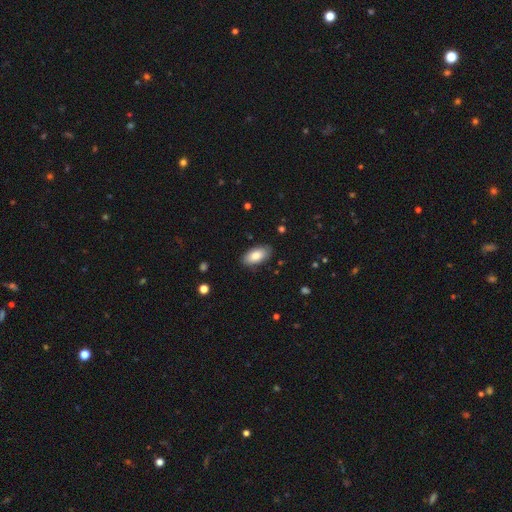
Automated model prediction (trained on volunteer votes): Smooth or featured?
  - smooth: 82% *
  - featured or disk: 12%
  - star or artifact: 6%
How rounded?
  - in between: 93% *
  - cigar-shaped: 4%
  - round: 2%
Merging?
  - none: 86% *
  - minor disturbance: 11%
  - major disturbance: 2%
  - merger: 1%